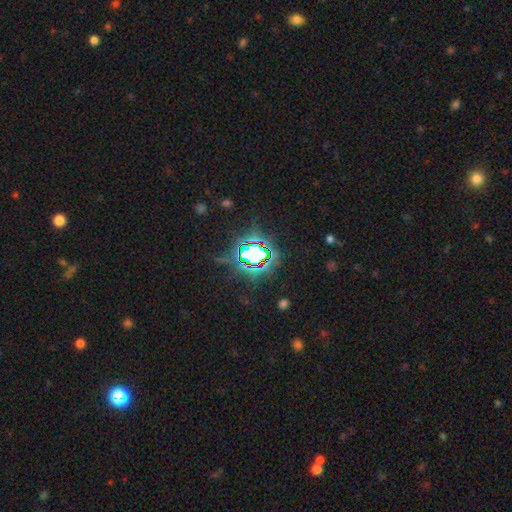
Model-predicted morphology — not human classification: This appears to be a star or artifact, not a galaxy (77%).